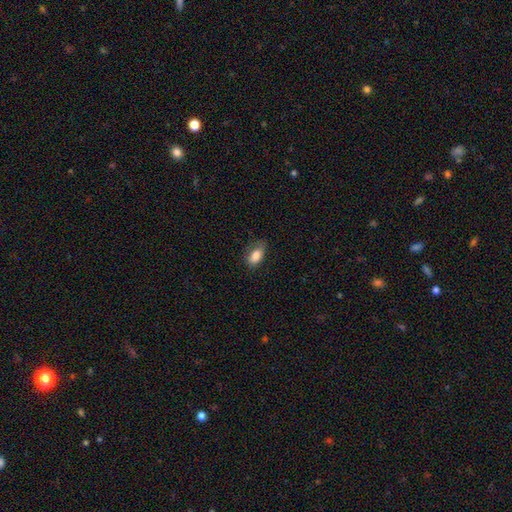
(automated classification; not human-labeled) A smooth galaxy with no disk features (83%) that is in between round and cigar-shaped (90%).

Vote fractions:
- Smooth or featured? smooth: 83% / featured or disk: 9% / star or artifact: 8%
- How rounded? in between: 90% / round: 6% / cigar-shaped: 4%
- Merging? none: 59% / minor disturbance: 29% / major disturbance: 11% / merger: 1%